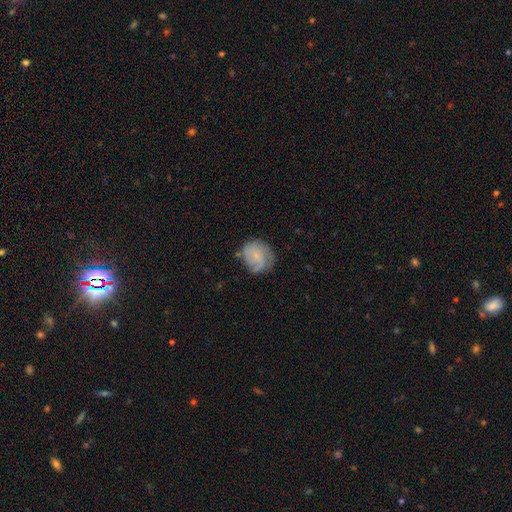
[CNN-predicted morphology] This appears to be a smooth galaxy with no disk features (47%). Merging: none (61%).